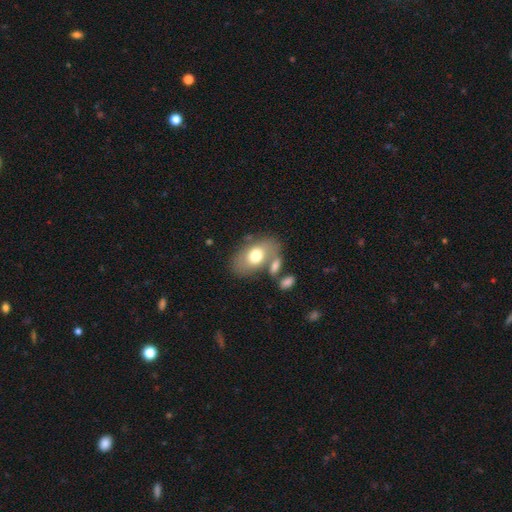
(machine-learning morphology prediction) smooth-or-featured: smooth: 67% | featured or disk: 26% | star or artifact: 7%
  how-rounded: in between: 86% | round: 13% | cigar-shaped: 1%
  merging: none: 56% | merger: 21% | minor disturbance: 16% | major disturbance: 7%